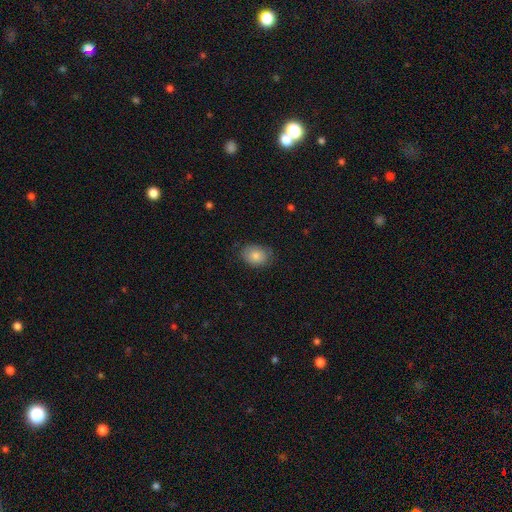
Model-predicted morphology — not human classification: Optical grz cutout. It shows a smooth galaxy with no disk features (81%) that is in between round and cigar-shaped (68%). Merging: none (75%).